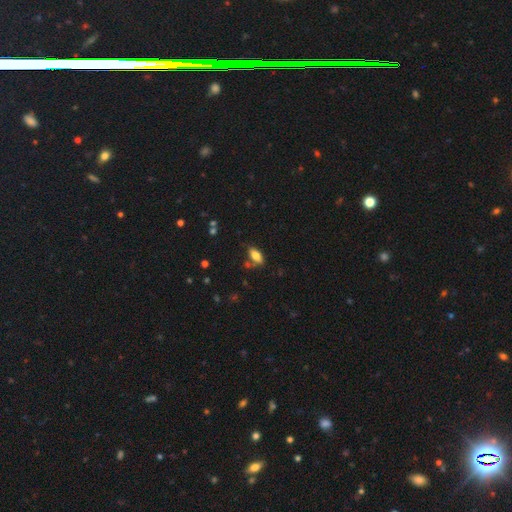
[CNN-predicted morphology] A smooth galaxy with no disk features (80%) that is in between round and cigar-shaped (88%).

Vote fractions:
- Smooth or featured? smooth: 80% / featured or disk: 12% / star or artifact: 8%
- How rounded? in between: 88% / cigar-shaped: 10% / round: 3%
- Merging? none: 71% / minor disturbance: 17% / merger: 8% / major disturbance: 4%